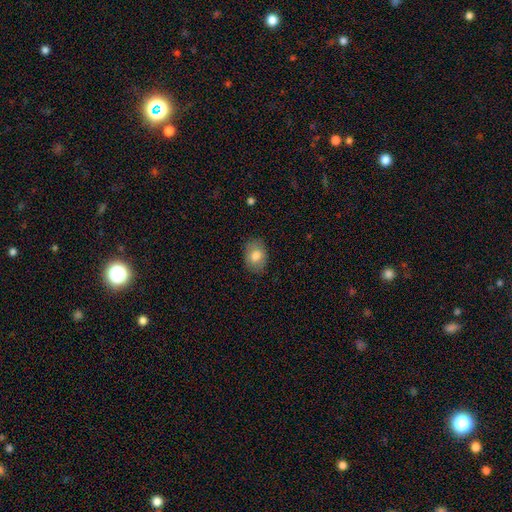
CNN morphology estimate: Q: Smooth or featured?
A: smooth (78%); runner-up: featured or disk (14%)
Q: How rounded?
A: in between (75%); runner-up: round (24%)
Q: Merging?
A: none (83%); runner-up: minor disturbance (13%)